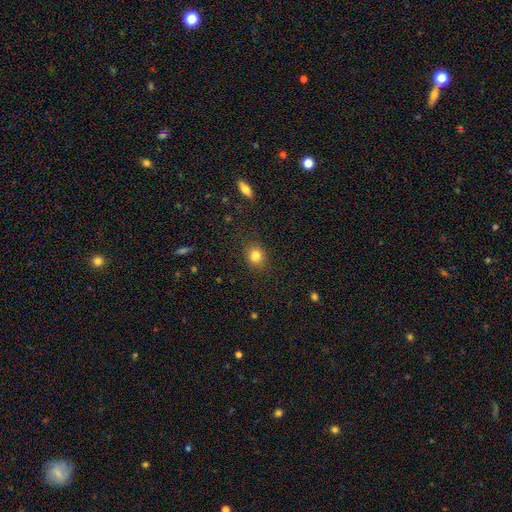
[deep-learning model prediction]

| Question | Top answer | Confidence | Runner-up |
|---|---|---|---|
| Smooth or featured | smooth | 83% | star or artifact (11%) |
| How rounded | round | 76% | in between (23%) |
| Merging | none | 86% | minor disturbance (10%) |